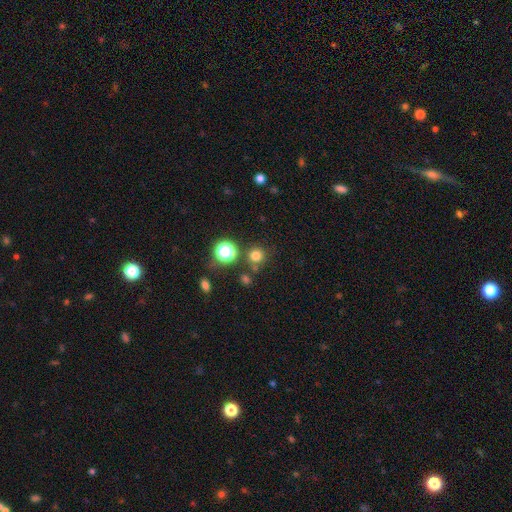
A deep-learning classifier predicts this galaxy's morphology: smooth_or_featured: smooth (p=0.74) [alt: star or artifact p=0.20]
how_rounded: round (p=0.92) [alt: in between p=0.07]
merging: none (p=0.78) [alt: merger p=0.10]